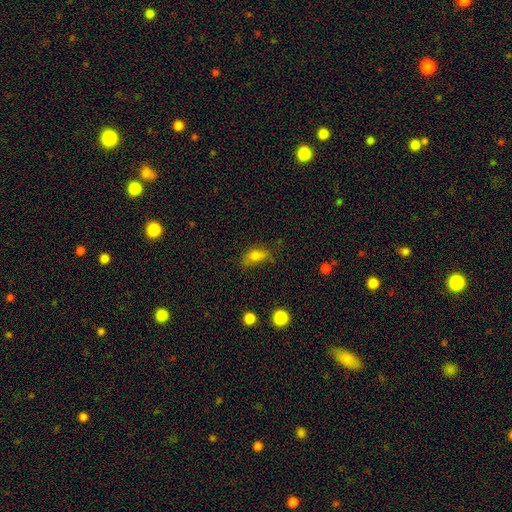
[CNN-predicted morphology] smooth 75%, featured or disk 13%, star or artifact 12%. Down the decision tree: how rounded — in between (82%); merging — none (46%).